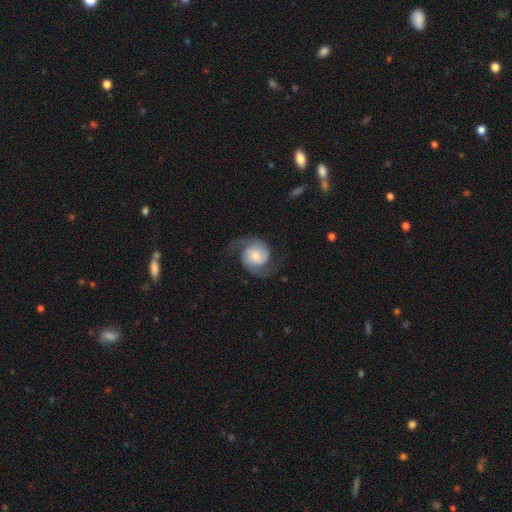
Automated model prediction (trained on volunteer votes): Smooth or featured?
  - featured or disk: 83% *
  - smooth: 12%
  - star or artifact: 6%
Edge-on disk?
  - no: 98% *
  - yes: 2%
Bar?
  - no: 58% *
  - weak: 33%
  - strong: 8%
Spiral arms?
  - yes: 97% *
  - no: 3%
Spiral winding?
  - medium: 49% *
  - loose: 30%
  - tight: 20%
Spiral arm count?
  - 2: 93% *
  - can't tell: 2%
  - 1: 2%
  - 3: 1%
  - 4: 1%
  - more than 4: 1%
Bulge size?
  - small: 39% *
  - moderate: 37%
  - large: 12%
  - none: 8%
  - dominant: 4%
Merging?
  - none: 75% *
  - minor disturbance: 14%
  - major disturbance: 9%
  - merger: 1%